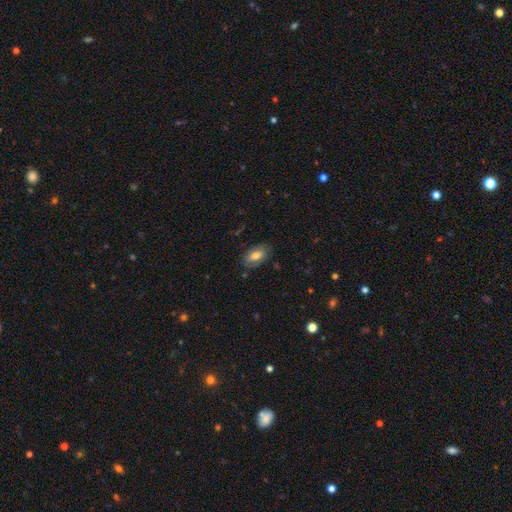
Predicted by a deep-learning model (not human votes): Smooth or featured? Predicted: smooth (p=0.72). How rounded? Predicted: in between (p=0.92). Merging? Predicted: none (p=0.80).